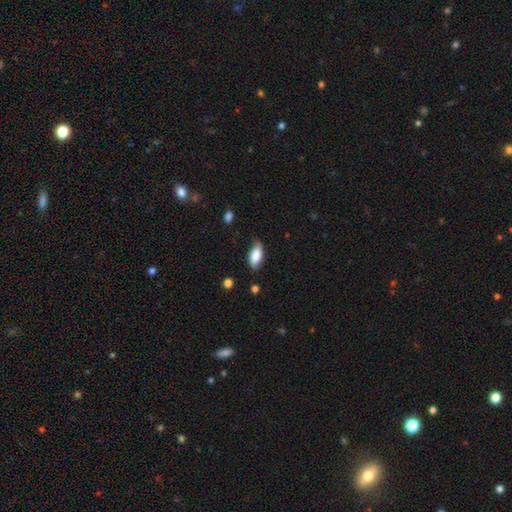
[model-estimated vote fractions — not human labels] smooth_or_featured: smooth (p=0.83) [alt: featured or disk p=0.11]
how_rounded: in between (p=0.86) [alt: cigar-shaped p=0.12]
merging: none (p=0.77) [alt: minor disturbance p=0.19]